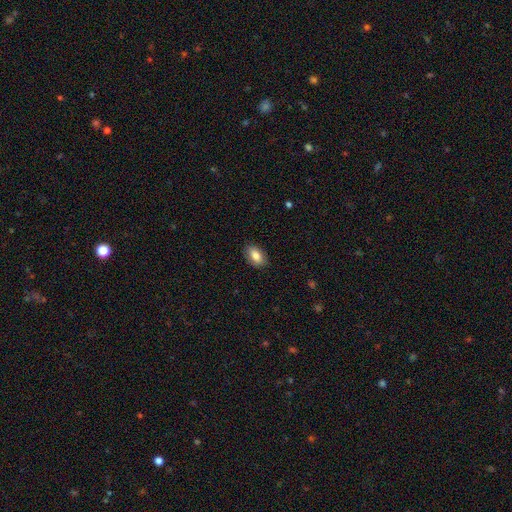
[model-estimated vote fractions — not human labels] Smooth or featured? Predicted: smooth (p=0.84). How rounded? Predicted: in between (p=0.92). Merging? Predicted: none (p=0.88).